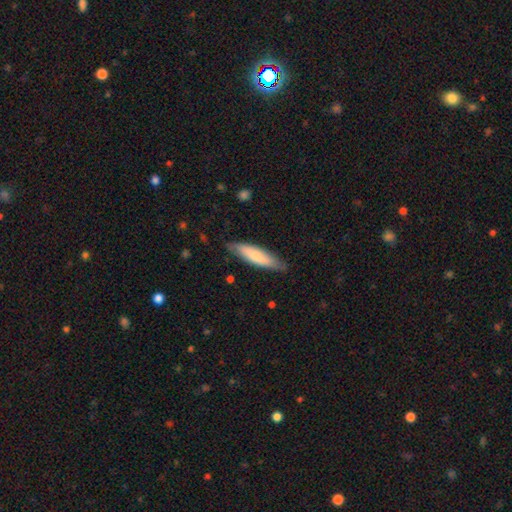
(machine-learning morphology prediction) This is likely a smooth galaxy (72%). How rounded: likely cigar-shaped (73%). Merging: clearly none (82%).